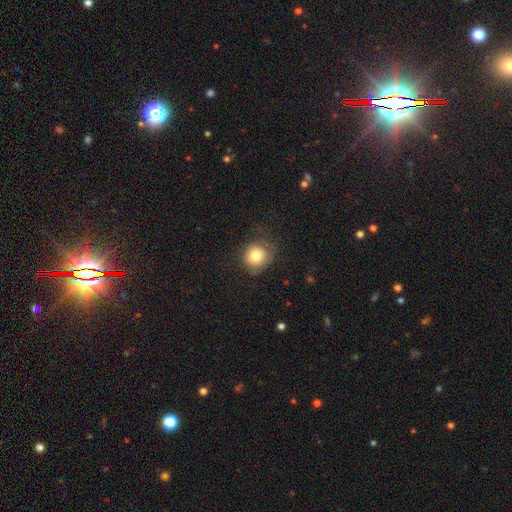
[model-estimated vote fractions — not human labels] Q: Smooth or featured?
A: smooth (80%); runner-up: featured or disk (11%)
Q: How rounded?
A: round (82%); runner-up: in between (18%)
Q: Merging?
A: none (63%); runner-up: minor disturbance (23%)